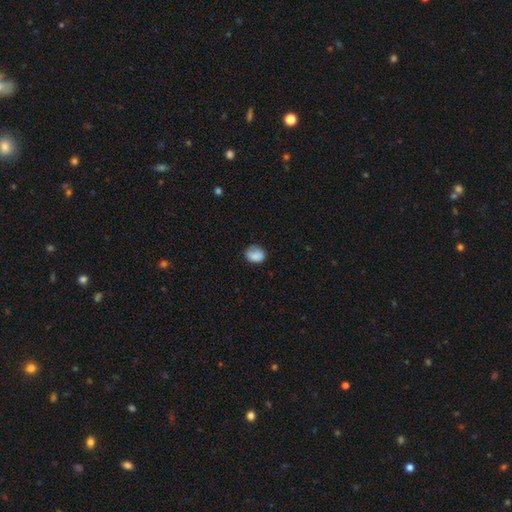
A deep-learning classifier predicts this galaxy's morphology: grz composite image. It shows a smooth galaxy with no disk features (85%) that is round (58%). Merging: none (67%).